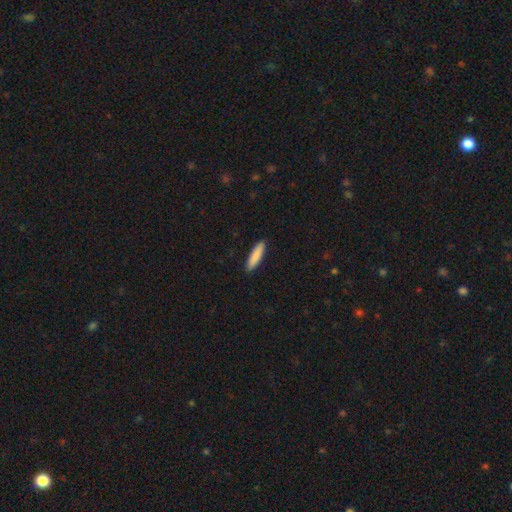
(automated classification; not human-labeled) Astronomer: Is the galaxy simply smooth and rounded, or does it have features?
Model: smooth — 87%.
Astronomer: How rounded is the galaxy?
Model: cigar-shaped — 76%.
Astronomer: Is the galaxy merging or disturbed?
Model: none — 91%.